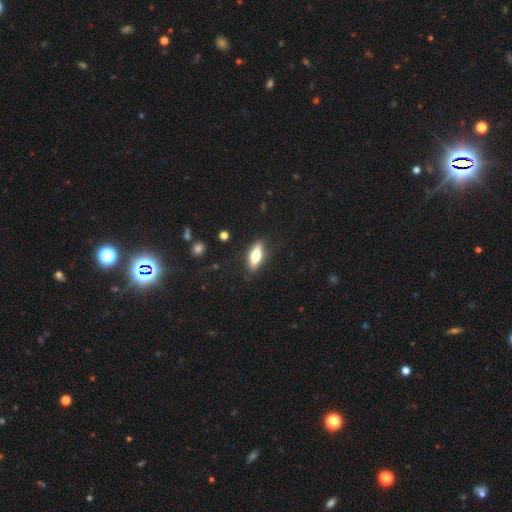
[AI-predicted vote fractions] This is likely a smooth galaxy (60%). How rounded: likely in between (62%). Merging: clearly none (85%).